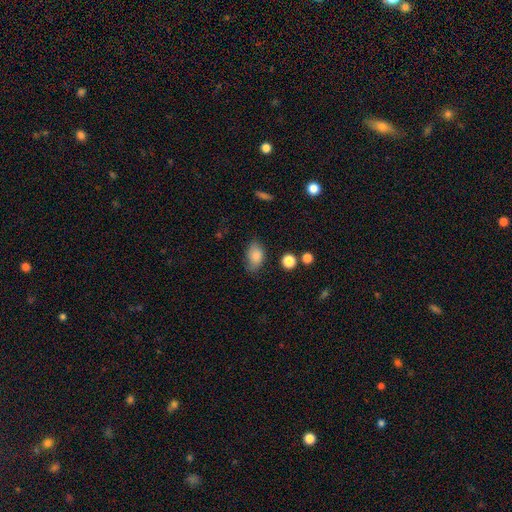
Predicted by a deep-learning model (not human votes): The model was most divided on "merging": none: 69%, minor disturbance: 24%, major disturbance: 5%, merger: 2%. More confident: how rounded — in between (88%); smooth or featured — smooth (84%).